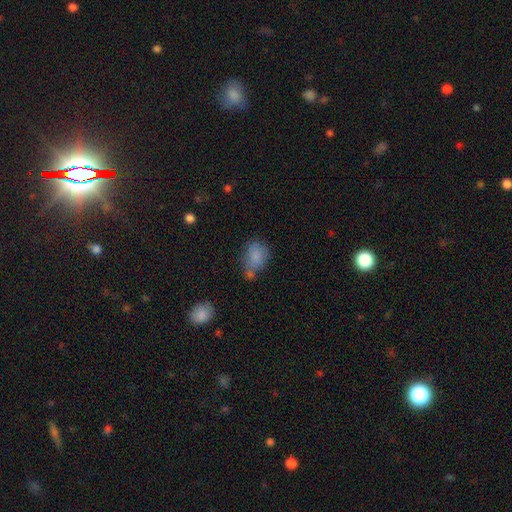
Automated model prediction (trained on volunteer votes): This appears to be a smooth galaxy with no disk features (80%) that is in between round and cigar-shaped (68%). Merging: none (45%).